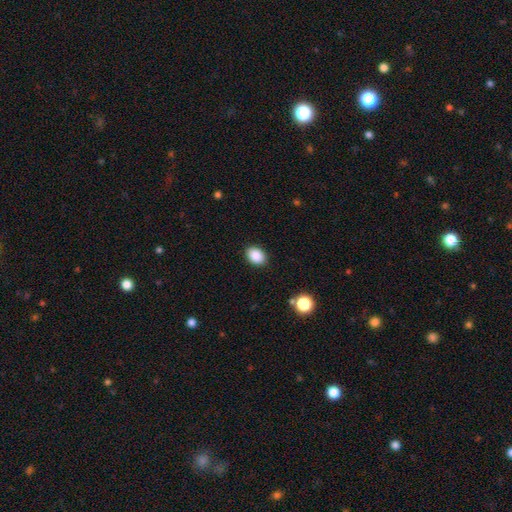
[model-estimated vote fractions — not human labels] Smooth or featured? Predicted: smooth (p=0.88). How rounded? Predicted: in between (p=0.69). Merging? Predicted: none (p=0.89).